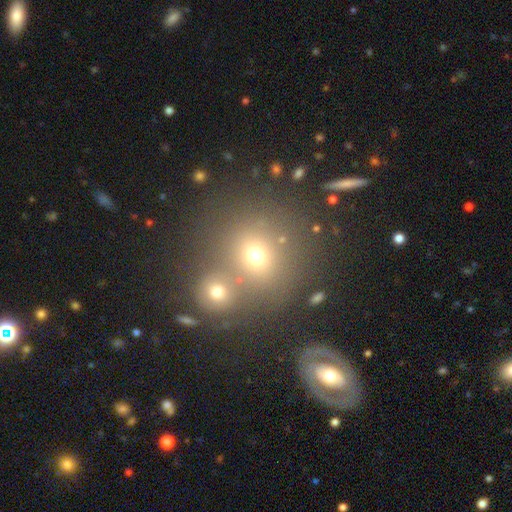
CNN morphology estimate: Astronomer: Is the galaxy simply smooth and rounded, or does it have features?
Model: smooth — 66%.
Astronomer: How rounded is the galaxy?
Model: round — 83%.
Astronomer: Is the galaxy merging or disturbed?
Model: none — 56%.